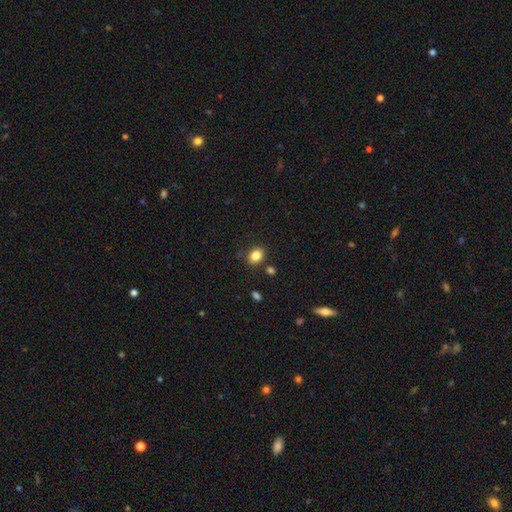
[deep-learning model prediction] The model was most divided on "how rounded": in between: 61%, round: 38%, cigar-shaped: 1%. More confident: smooth or featured — smooth (84%); merging — none (83%).